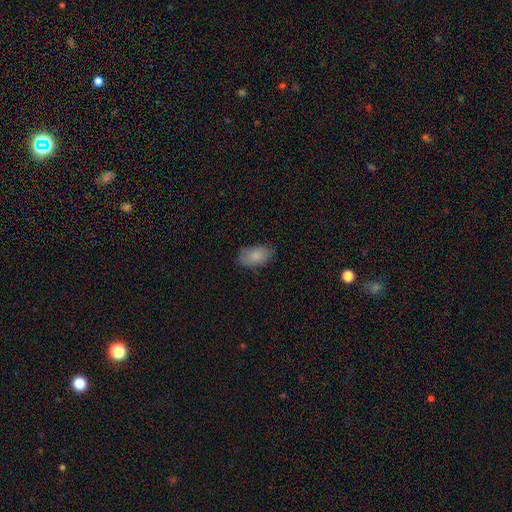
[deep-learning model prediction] A smooth galaxy with no disk features (86%) that is in between round and cigar-shaped (91%). Merging: none (79%).